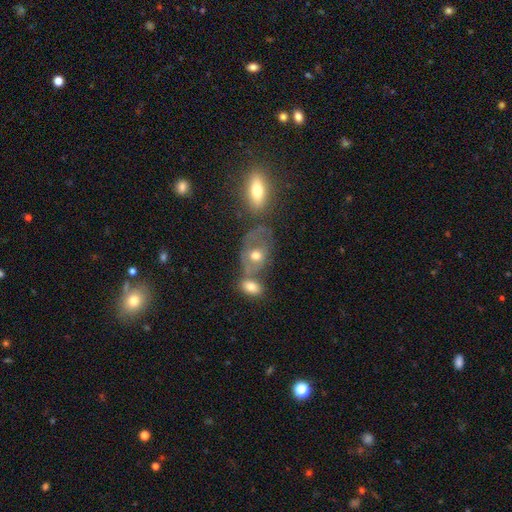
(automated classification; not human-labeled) smooth 55%, featured or disk 34%, star or artifact 11%. Down the decision tree: how rounded — in between (73%); merging — merger (37%).